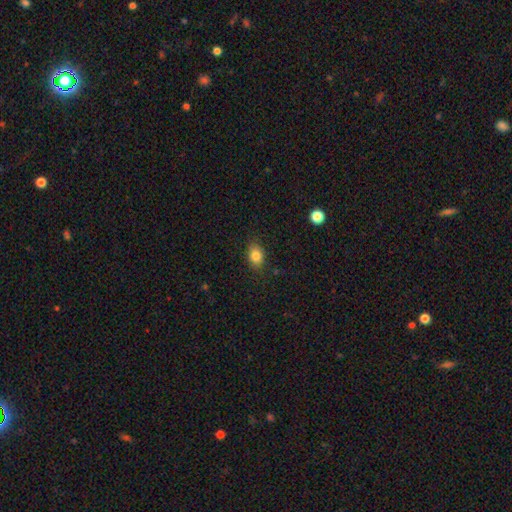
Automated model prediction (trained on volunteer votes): This is clearly a smooth galaxy (83%). How rounded: likely in between (68%). Merging: clearly none (84%).